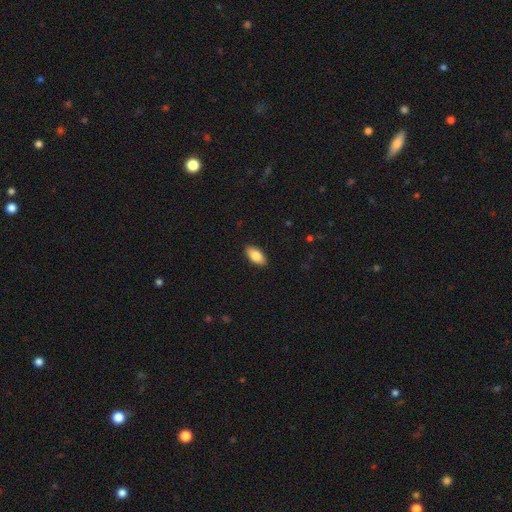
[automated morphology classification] type=smooth (83%); roundness=in between (92%); merging=none (90%).